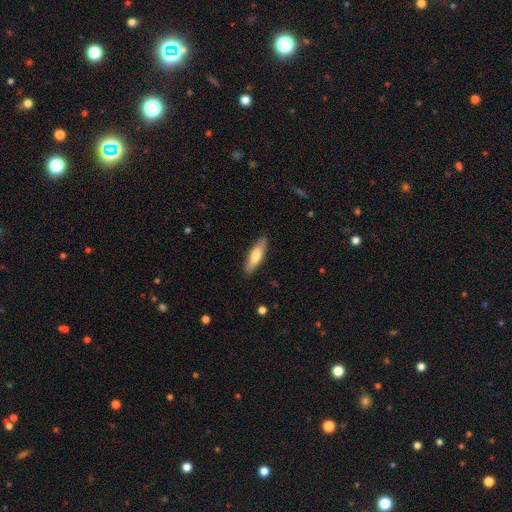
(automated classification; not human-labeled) Overall: smooth (68%). How rounded: cigar-shaped (61%; in between 37%). Merging: none (88%).